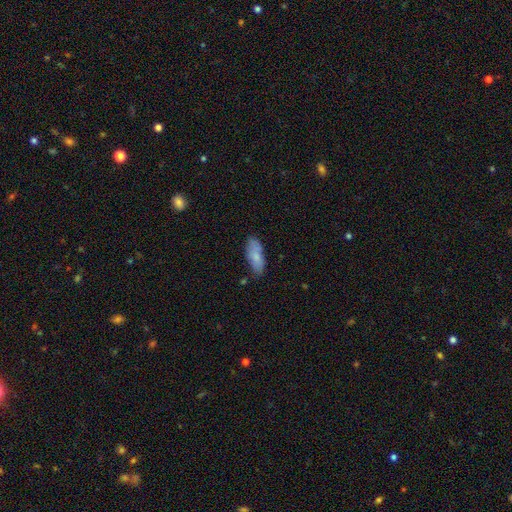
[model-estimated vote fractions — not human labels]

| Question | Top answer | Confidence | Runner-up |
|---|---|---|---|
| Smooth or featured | smooth | 77% | featured or disk (17%) |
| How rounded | in between | 75% | cigar-shaped (23%) |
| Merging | none | 69% | minor disturbance (23%) |